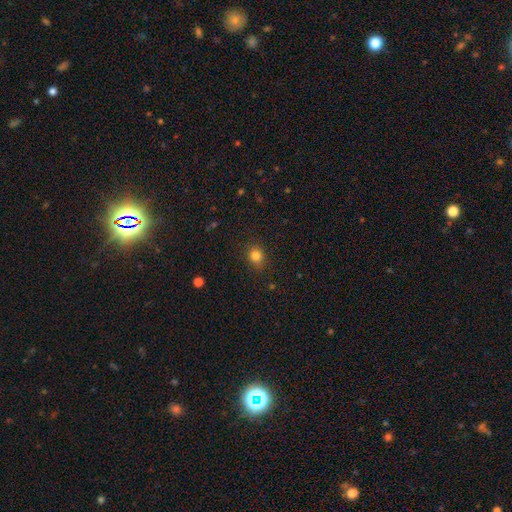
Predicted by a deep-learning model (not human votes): Smooth or featured? Predicted: smooth (p=0.82). How rounded? Predicted: round (p=0.75). Merging? Predicted: none (p=0.84).